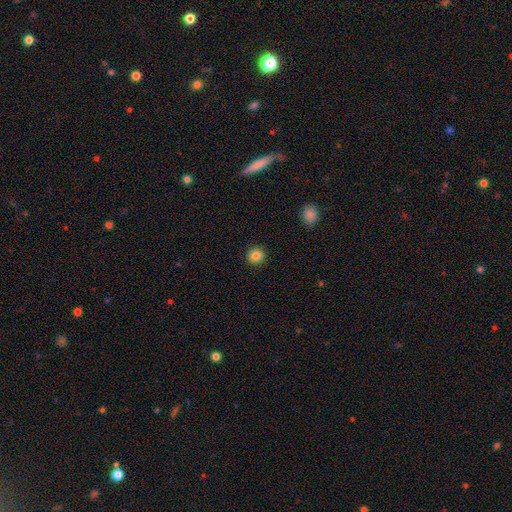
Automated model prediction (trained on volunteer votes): Overall: smooth (85%). How rounded: round (90%). Merging: none (92%).